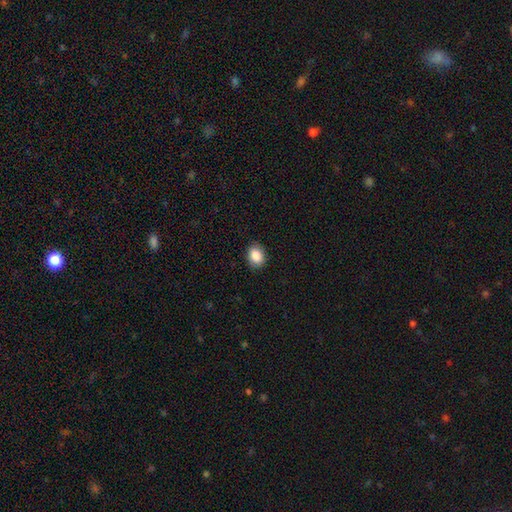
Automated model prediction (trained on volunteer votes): Morphology: type=smooth (88%); roundness=in between (68%); merging=none (88%).